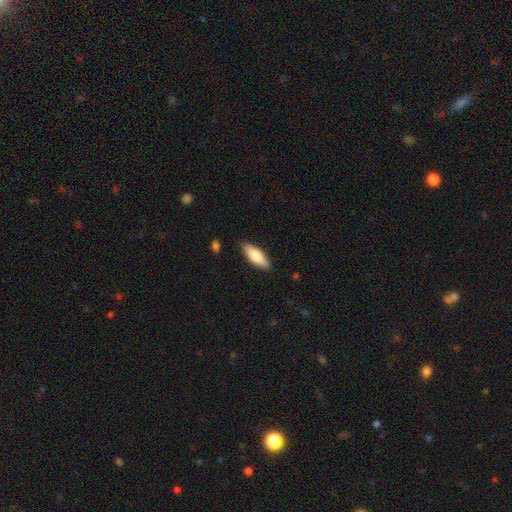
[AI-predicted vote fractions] Q: Smooth or featured?
A: smooth (73%); runner-up: featured or disk (21%)
Q: How rounded?
A: in between (64%); runner-up: cigar-shaped (34%)
Q: Merging?
A: none (87%); runner-up: minor disturbance (10%)